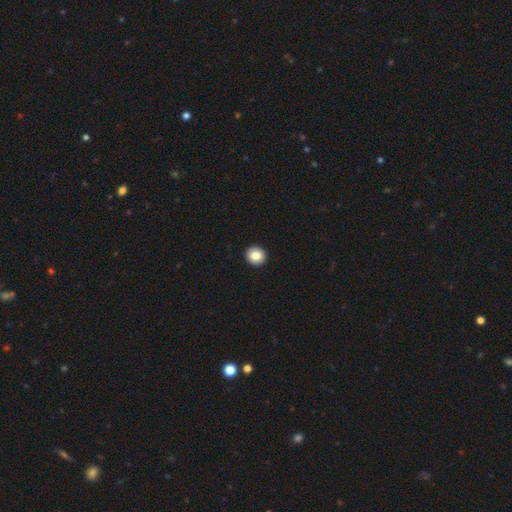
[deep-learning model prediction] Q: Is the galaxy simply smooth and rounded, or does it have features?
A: smooth — 84%.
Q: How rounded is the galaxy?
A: round — 91%.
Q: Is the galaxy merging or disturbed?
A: none — 94%.